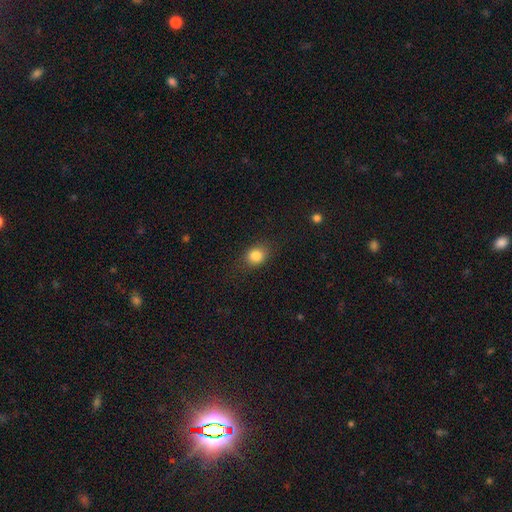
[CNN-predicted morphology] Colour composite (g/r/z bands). It shows a smooth galaxy with no disk features (84%) that is round (54%). Merging: none (79%).